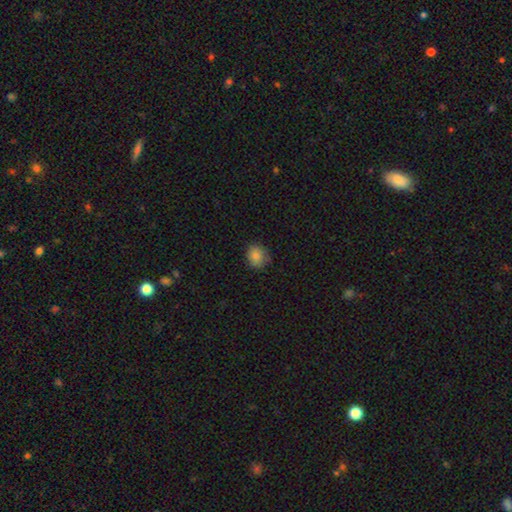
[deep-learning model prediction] Smooth or featured: smooth — 84% (star or artifact — 10%)
How rounded: round — 75% (in between — 24%)
Merging: none — 79% (minor disturbance — 17%)